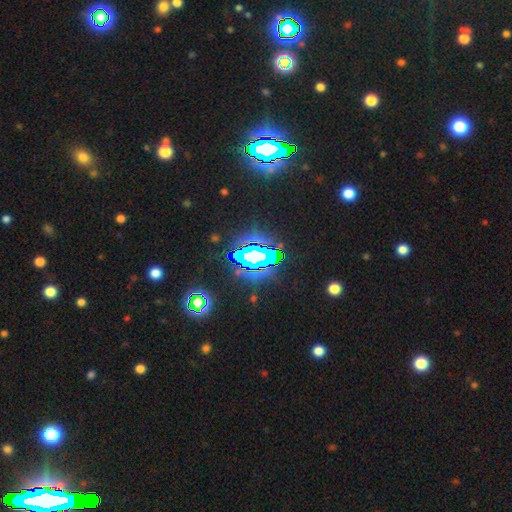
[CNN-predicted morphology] This appears to be a star or artifact, not a galaxy (71%).